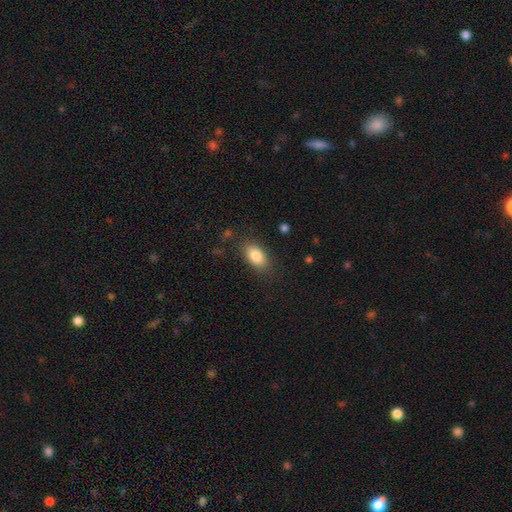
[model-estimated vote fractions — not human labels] Smooth or featured: smooth — 84% (featured or disk — 8%)
How rounded: in between — 91% (round — 5%)
Merging: none — 83% (minor disturbance — 12%)